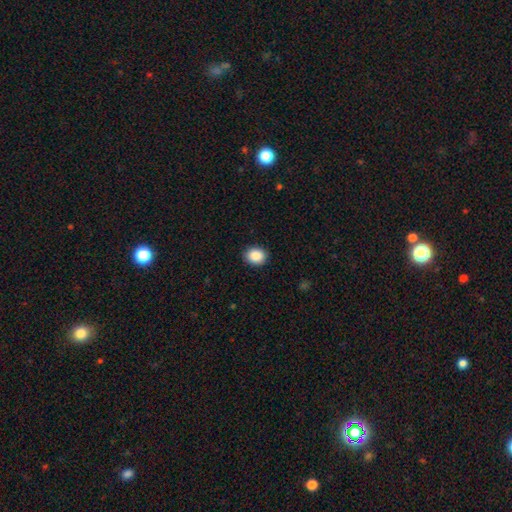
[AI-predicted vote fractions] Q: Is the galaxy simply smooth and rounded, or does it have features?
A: smooth — 88%.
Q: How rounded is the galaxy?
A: round — 60%.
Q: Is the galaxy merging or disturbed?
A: none — 89%.